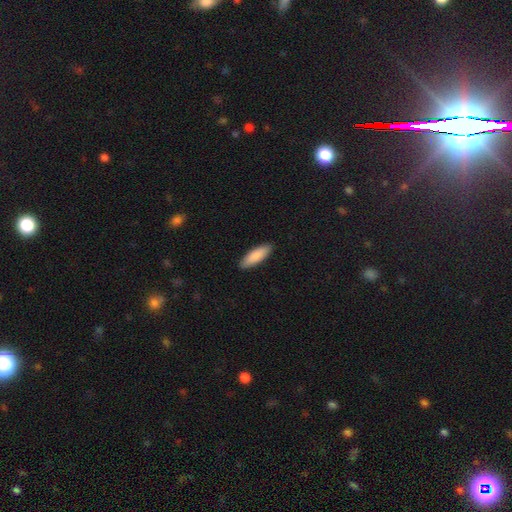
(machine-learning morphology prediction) smooth_or_featured: smooth (p=0.88) [alt: featured or disk p=0.07]
how_rounded: in between (p=0.51) [alt: cigar-shaped p=0.47]
merging: none (p=0.91) [alt: minor disturbance p=0.07]